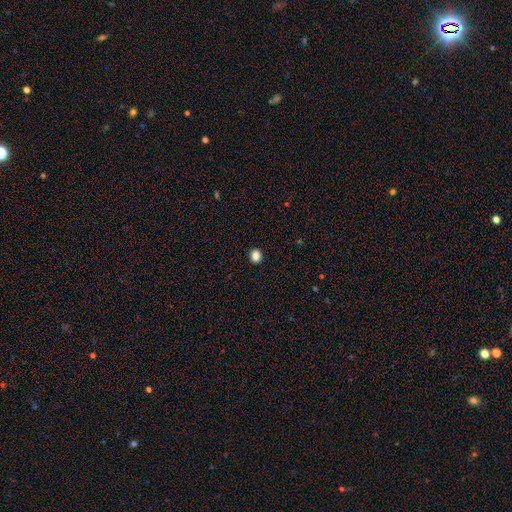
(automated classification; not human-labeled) This is clearly a smooth galaxy (85%). How rounded: likely round (72%). Merging: clearly none (92%).